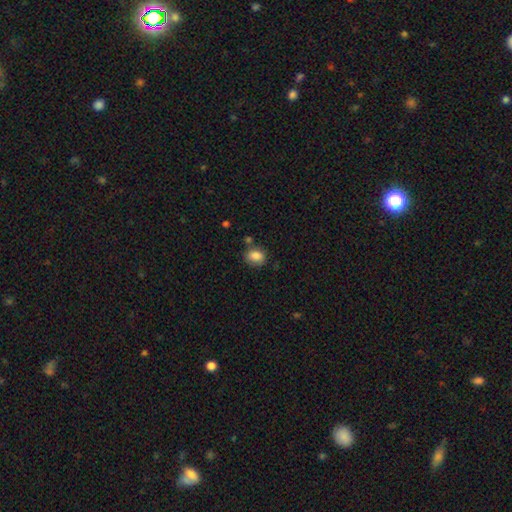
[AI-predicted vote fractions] Smooth or featured? smooth (86%)
How rounded? in between (60%)
Merging? none (72%)